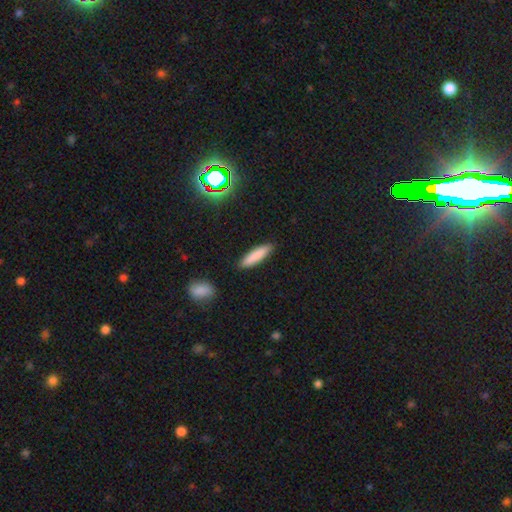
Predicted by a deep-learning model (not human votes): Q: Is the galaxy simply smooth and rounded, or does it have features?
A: smooth — 84%.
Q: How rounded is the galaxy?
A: cigar-shaped — 73%.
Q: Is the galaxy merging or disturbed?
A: none — 88%.